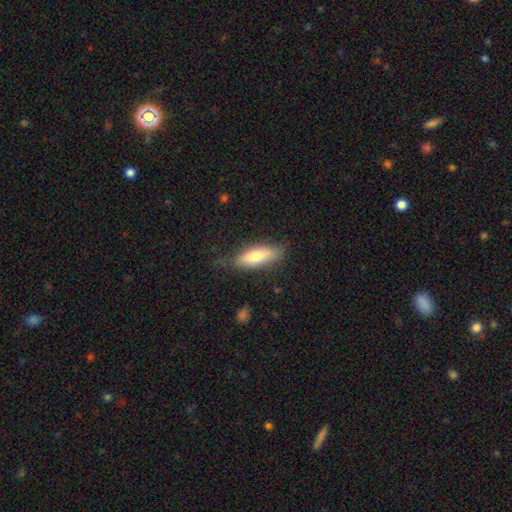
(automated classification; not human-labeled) A smooth galaxy with no disk features (71%) that is in between round and cigar-shaped (60%).

Vote fractions:
- Smooth or featured? smooth: 71% / featured or disk: 23% / star or artifact: 6%
- How rounded? in between: 60% / cigar-shaped: 38% / round: 2%
- Merging? none: 75% / minor disturbance: 19% / major disturbance: 5% / merger: 1%